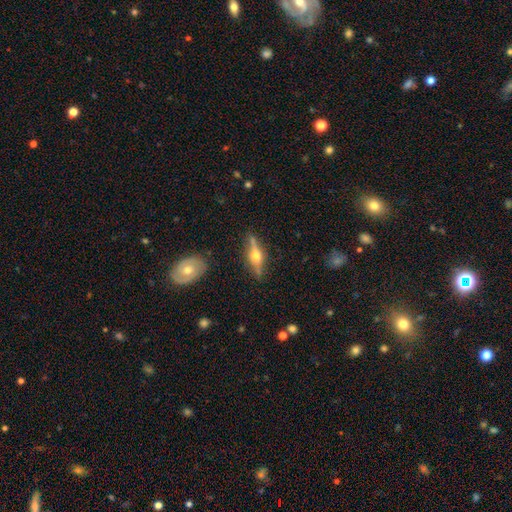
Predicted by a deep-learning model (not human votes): A featured or disk galaxy (74%) viewed edge-on (95%) with a rounded central bulge (96%). Merging: none (84%).